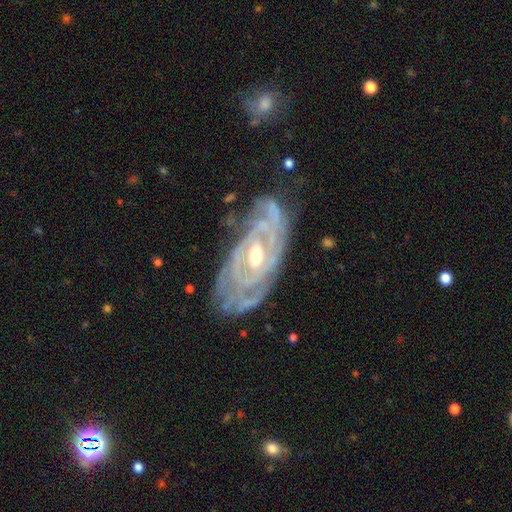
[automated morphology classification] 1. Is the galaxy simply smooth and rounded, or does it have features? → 89% featured or disk, 7% smooth, 5% star or artifact.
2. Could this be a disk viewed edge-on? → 92% no, 8% yes.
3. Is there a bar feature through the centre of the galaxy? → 41% no, 38% weak, 20% strong.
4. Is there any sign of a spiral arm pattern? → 92% yes, 8% no.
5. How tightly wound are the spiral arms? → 71% tight, 23% medium, 6% loose.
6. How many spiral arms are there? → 35% can't tell, 31% 2, 15% 3, 7% 4, 6% 1, 5% more than 4.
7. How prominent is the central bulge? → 64% moderate, 30% small, 4% large, 1% none, 1% dominant.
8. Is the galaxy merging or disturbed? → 65% none, 23% minor disturbance, 10% major disturbance, 2% merger.